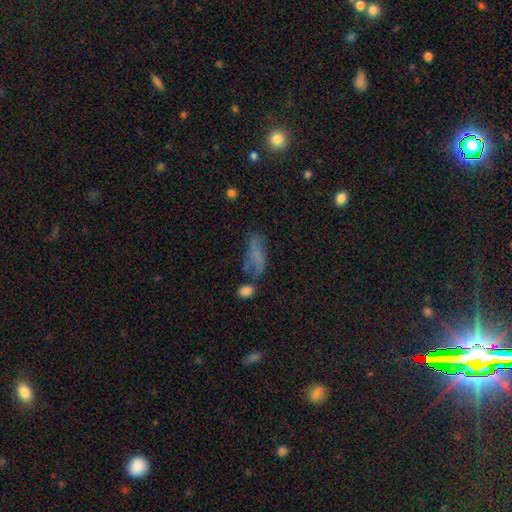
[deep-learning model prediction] Smooth or featured: smooth — 53% (featured or disk — 31%)
How rounded: in between — 65% (cigar-shaped — 30%)
Merging: none — 38% (minor disturbance — 24%)